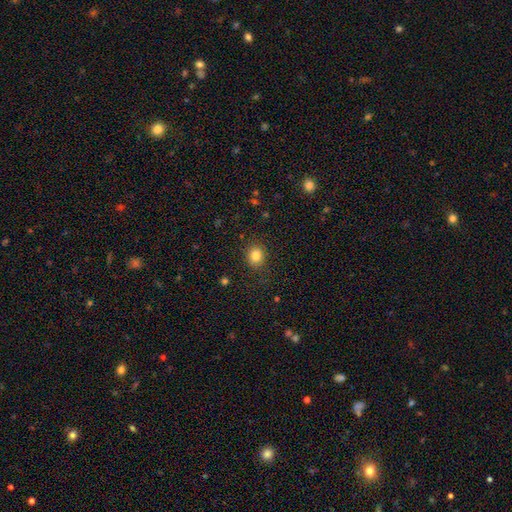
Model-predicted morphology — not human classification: A smooth galaxy with no disk features (83%) that is round (69%). Merging: none (87%).